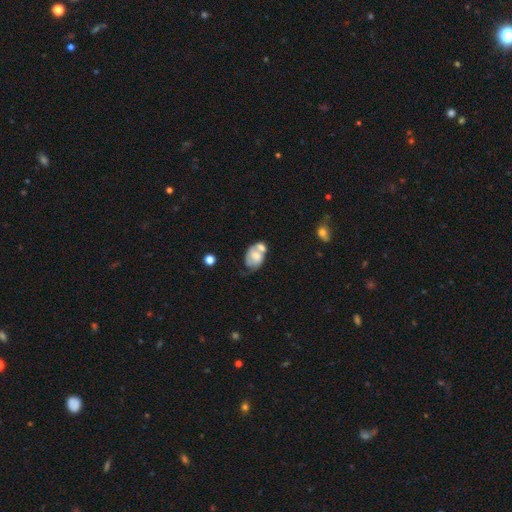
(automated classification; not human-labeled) Smooth or featured? Predicted: featured or disk (p=0.47). Merging? Predicted: merger (p=0.47).